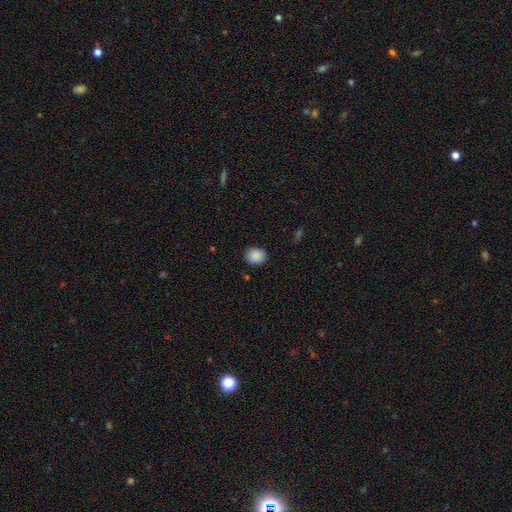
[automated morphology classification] smooth-or-featured: smooth: 89% | star or artifact: 8% | featured or disk: 3%
  how-rounded: round: 68% | in between: 31% | cigar-shaped: 1%
  merging: none: 86% | minor disturbance: 10% | major disturbance: 3% | merger: 1%